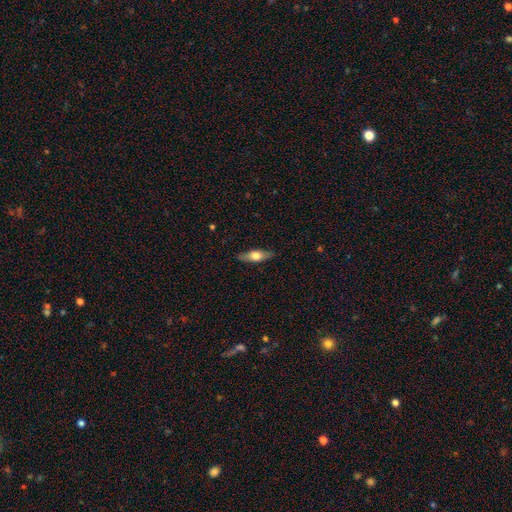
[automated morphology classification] A smooth galaxy with no disk features (52%) that is cigar-shaped (51%).

Vote fractions:
- Smooth or featured? smooth: 52% / featured or disk: 42% / star or artifact: 6%
- How rounded? cigar-shaped: 51% / in between: 46% / round: 3%
- Merging? none: 87% / minor disturbance: 9% / major disturbance: 2% / merger: 1%